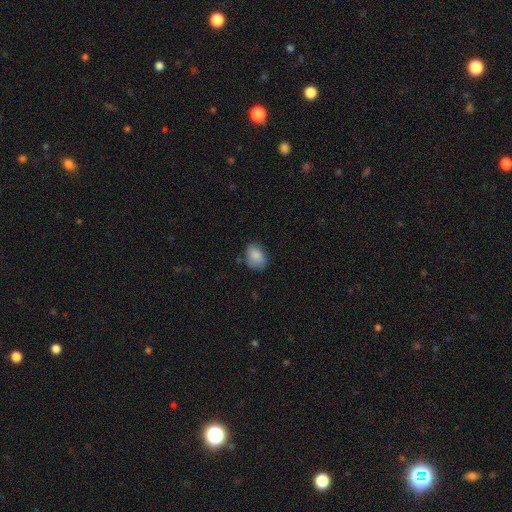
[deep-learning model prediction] A smooth galaxy with no disk features (86%) that is in between round and cigar-shaped (73%).

Vote fractions:
- Smooth or featured? smooth: 86% / star or artifact: 8% / featured or disk: 7%
- How rounded? in between: 73% / round: 26% / cigar-shaped: 1%
- Merging? none: 71% / minor disturbance: 22% / major disturbance: 4% / merger: 3%